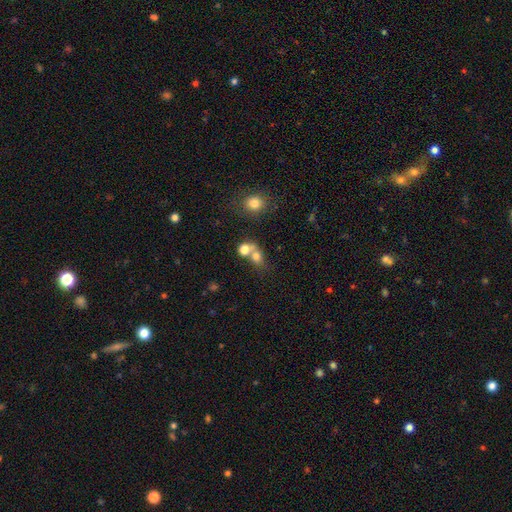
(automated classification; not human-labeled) Overall: smooth (72%). How rounded: round (66%; in between 32%). Merging: merger (54%; none 33%).